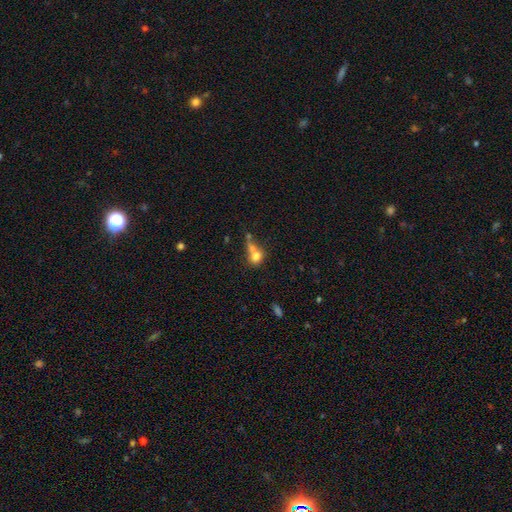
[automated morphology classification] Overall: smooth (72%). How rounded: round (63%; in between 35%). Merging: merger (50%; none 28%).